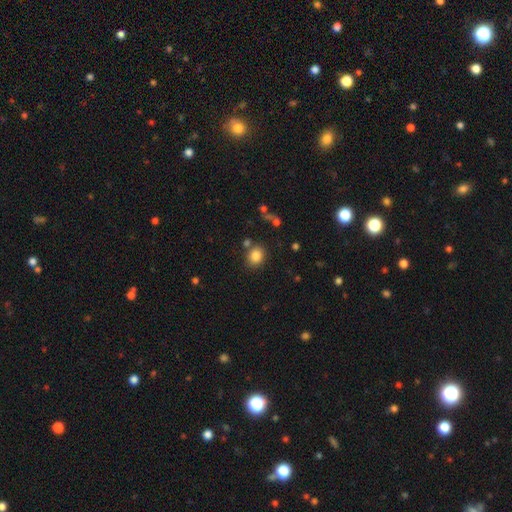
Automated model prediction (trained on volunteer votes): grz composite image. It shows a smooth galaxy with no disk features (83%) that is round (65%). Merging: none (78%).